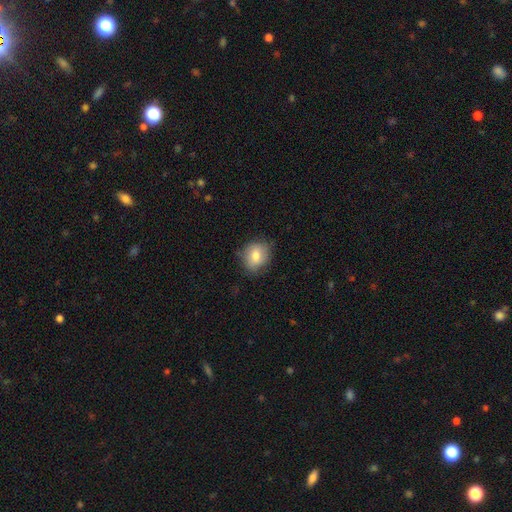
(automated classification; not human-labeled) A smooth galaxy with no disk features (77%) that is round (62%). Merging: none (75%).